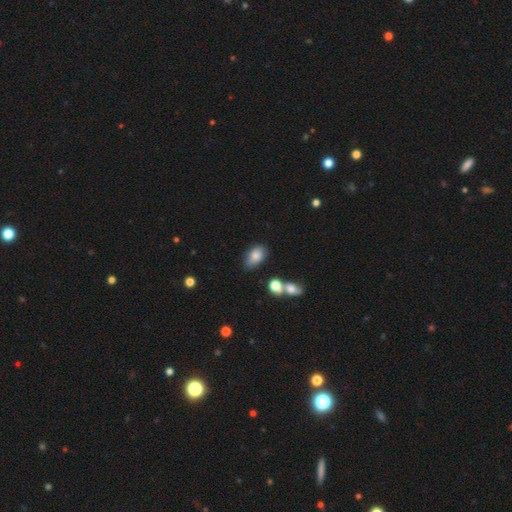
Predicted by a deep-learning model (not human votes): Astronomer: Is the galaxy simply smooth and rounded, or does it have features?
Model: smooth — 79%.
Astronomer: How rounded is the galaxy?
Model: in between — 89%.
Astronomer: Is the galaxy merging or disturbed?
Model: none — 65%.